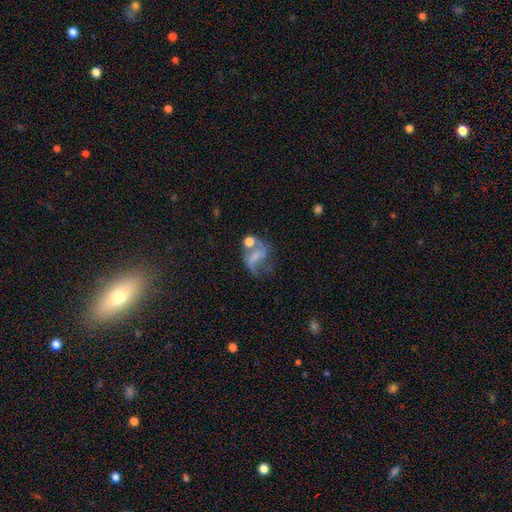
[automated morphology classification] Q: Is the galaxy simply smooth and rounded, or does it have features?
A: featured or disk — 56%.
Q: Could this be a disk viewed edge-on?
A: no — 97%.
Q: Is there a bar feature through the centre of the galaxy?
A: no — 44%.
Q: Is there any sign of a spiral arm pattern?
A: yes — 64%.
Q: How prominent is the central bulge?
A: none — 56%.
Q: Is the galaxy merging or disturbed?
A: major disturbance — 33%.